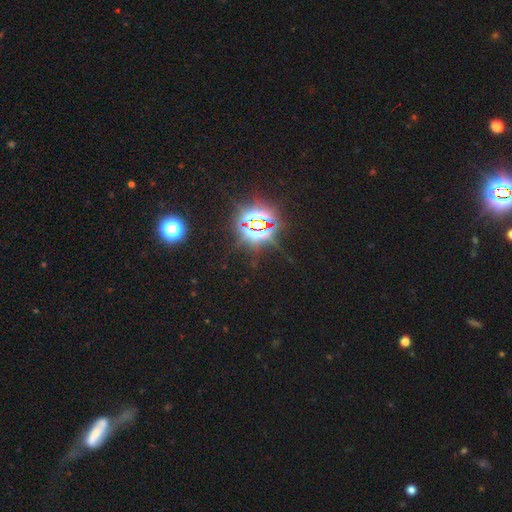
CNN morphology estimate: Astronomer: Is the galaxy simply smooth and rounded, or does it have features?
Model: star or artifact — 81%.